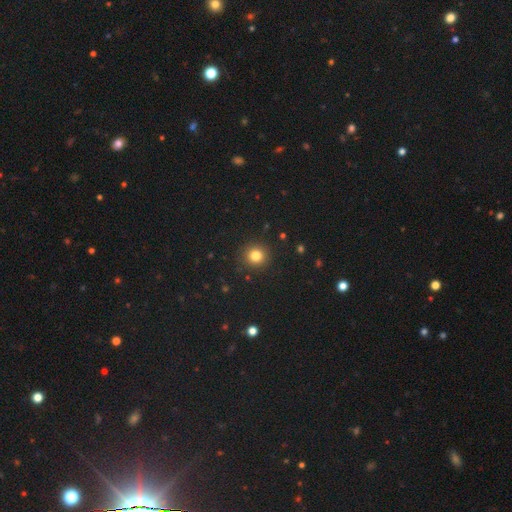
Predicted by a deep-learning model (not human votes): Smooth or featured: smooth — 81% (star or artifact — 13%)
How rounded: round — 92% (in between — 7%)
Merging: none — 91% (minor disturbance — 6%)